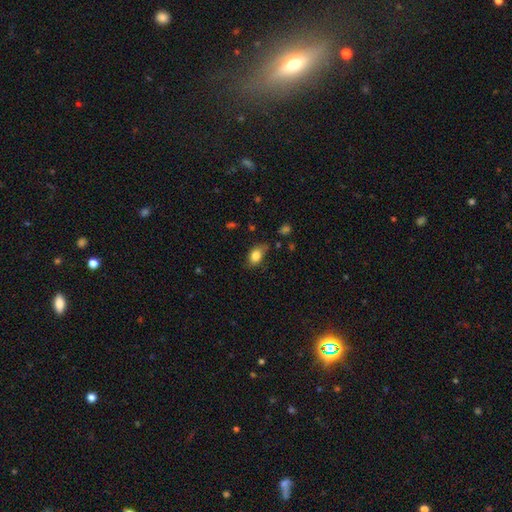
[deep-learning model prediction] Overall: smooth (82%). How rounded: in between (81%). Merging: none (62%; minor disturbance 29%).